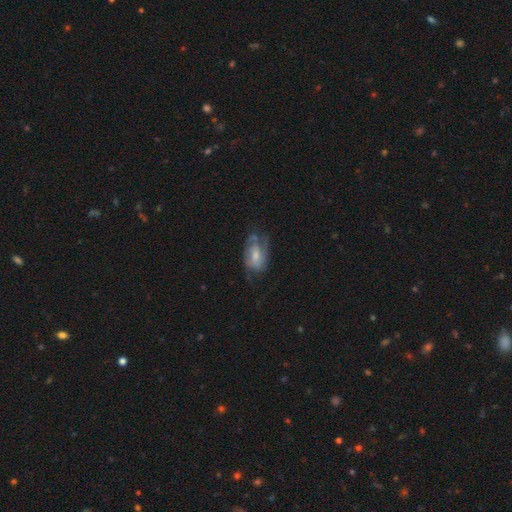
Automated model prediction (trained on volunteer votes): This is possibly a featured or disk galaxy (54%). It is clearly not viewed edge-on (95%). Bar: possibly no (57%). Spiral arm pattern: likely yes (73%). Central bulge: possibly moderate (48%). Merging: possibly none (45%).